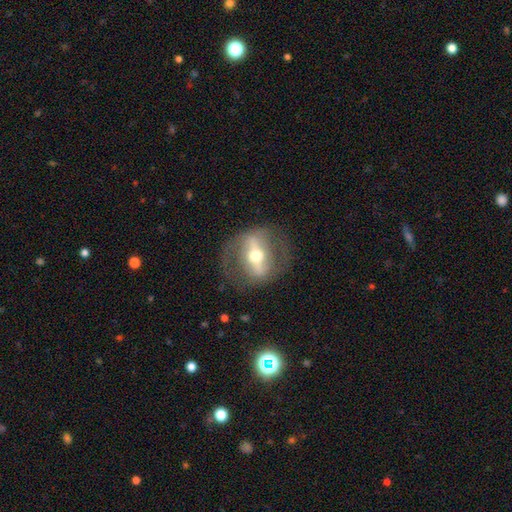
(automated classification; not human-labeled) This appears to be a featured or disk galaxy (76%) with a strong bar (71%), no spiral arms (57%) and a moderate central bulge (70%). Merging: none (75%).